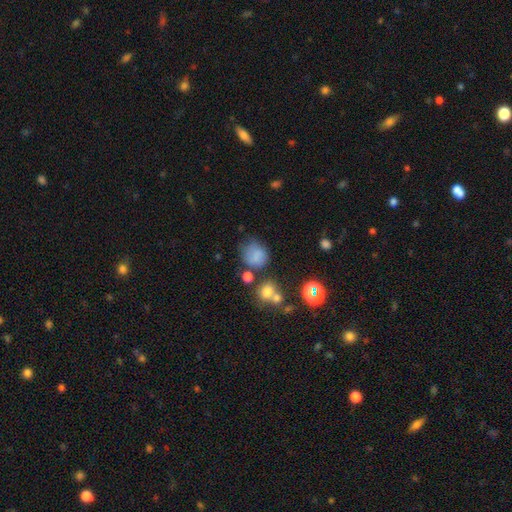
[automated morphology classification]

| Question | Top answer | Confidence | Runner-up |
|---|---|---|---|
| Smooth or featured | smooth | 72% | star or artifact (15%) |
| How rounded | round | 74% | in between (25%) |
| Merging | none | 55% | minor disturbance (23%) |